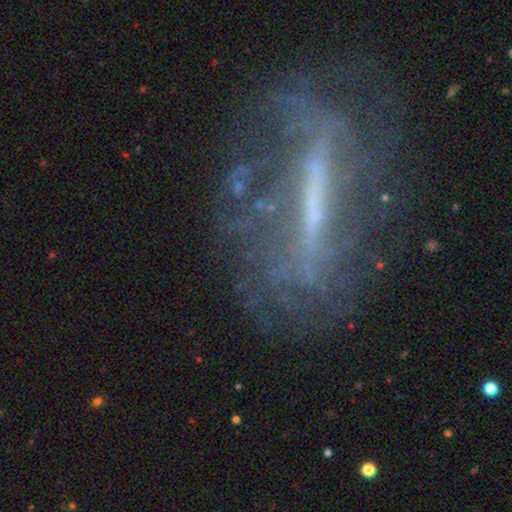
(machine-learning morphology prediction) This appears to be a featured or disk galaxy (74%). Merging: none (59%).